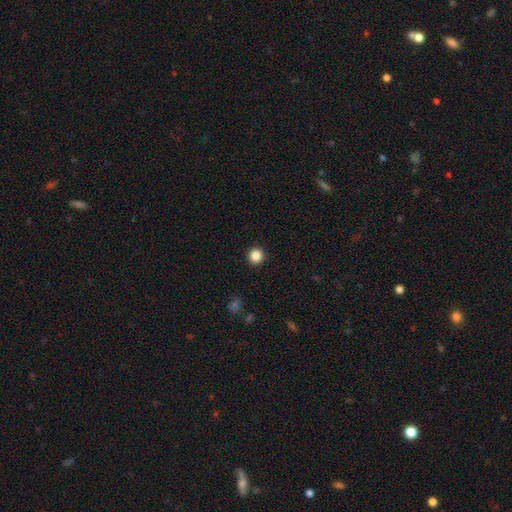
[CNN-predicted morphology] smooth-or-featured: smooth: 86% | star or artifact: 10% | featured or disk: 4%
  how-rounded: round: 95% | in between: 4% | cigar-shaped: 1%
  merging: none: 93% | minor disturbance: 4% | major disturbance: 2% | merger: 1%